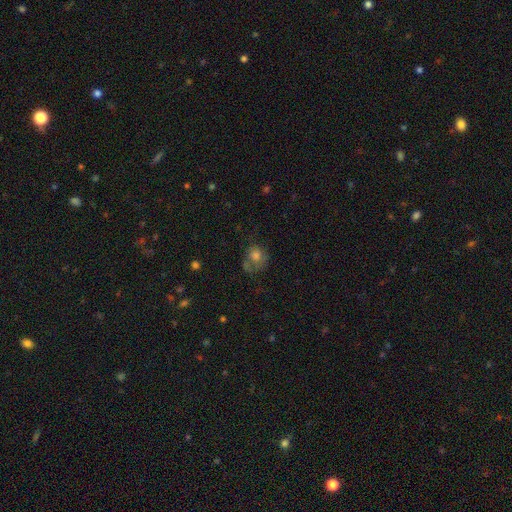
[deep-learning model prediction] Q: Smooth or featured?
A: smooth (63%); runner-up: featured or disk (23%)
Q: How rounded?
A: round (71%); runner-up: in between (28%)
Q: Merging?
A: none (45%); runner-up: minor disturbance (24%)